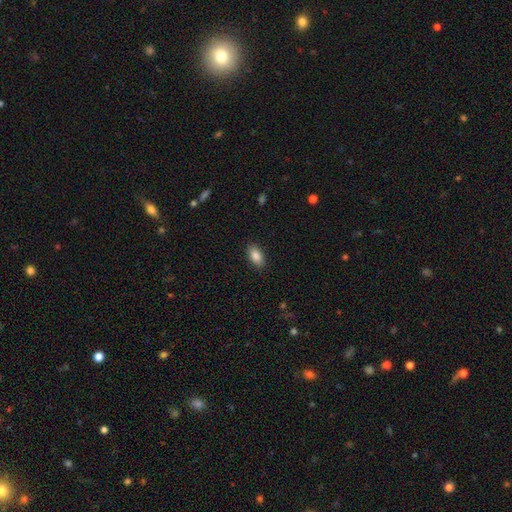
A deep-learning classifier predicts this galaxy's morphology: type=smooth (87%); roundness=in between (92%); merging=none (88%).